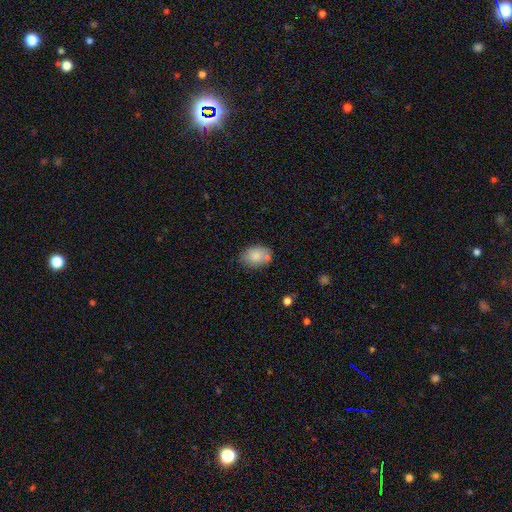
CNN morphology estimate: This is clearly a smooth galaxy (83%). How rounded: likely in between (79%). Merging: likely none (67%).